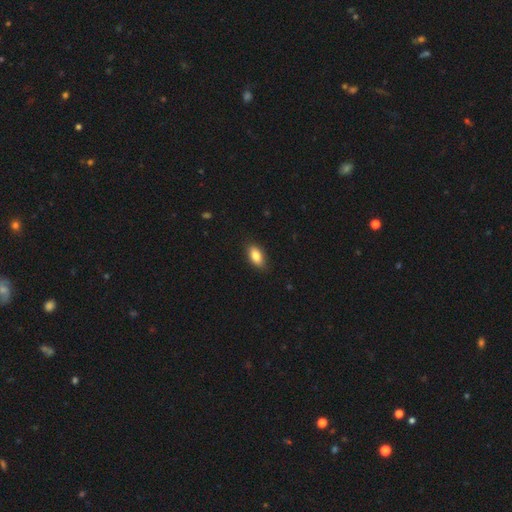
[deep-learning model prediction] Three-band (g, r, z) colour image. It shows a smooth galaxy with no disk features (85%) that is in between round and cigar-shaped (90%). Merging: none (86%).